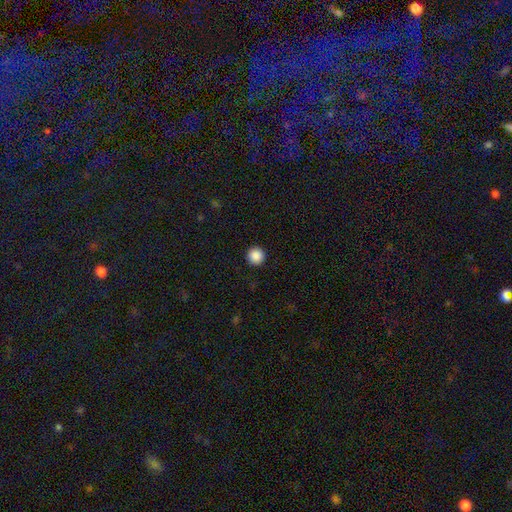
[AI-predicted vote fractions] A smooth galaxy with no disk features (88%) that is round (96%). Merging: none (93%).